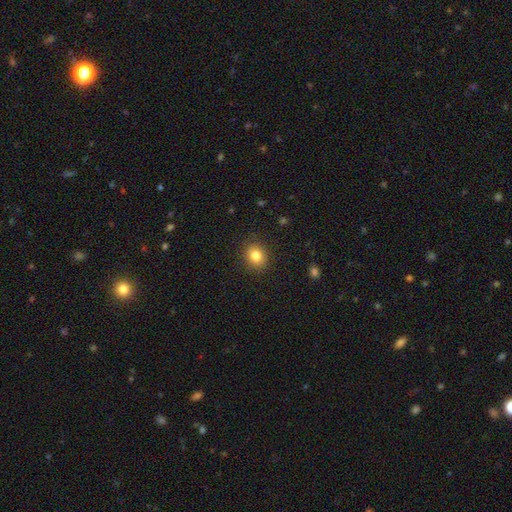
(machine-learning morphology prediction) A smooth galaxy with no disk features (82%) that is round (74%).

Vote fractions:
- Smooth or featured? smooth: 82% / star or artifact: 11% / featured or disk: 7%
- How rounded? round: 74% / in between: 25% / cigar-shaped: 1%
- Merging? none: 89% / minor disturbance: 8% / major disturbance: 3% / merger: 1%